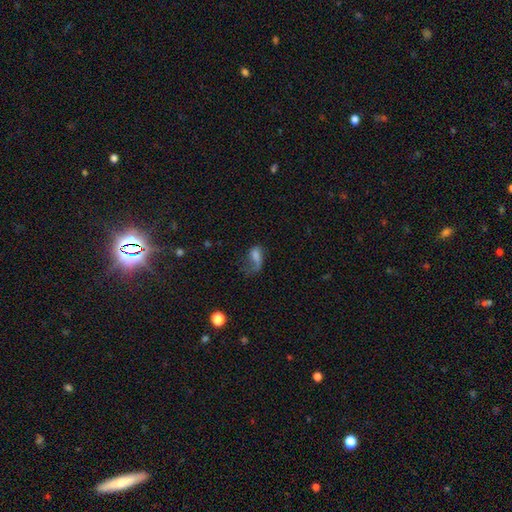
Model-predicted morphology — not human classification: The model was most divided on "smooth or featured": smooth: 45%, featured or disk: 39%, star or artifact: 15%. Remaining: merging — major disturbance (48%).